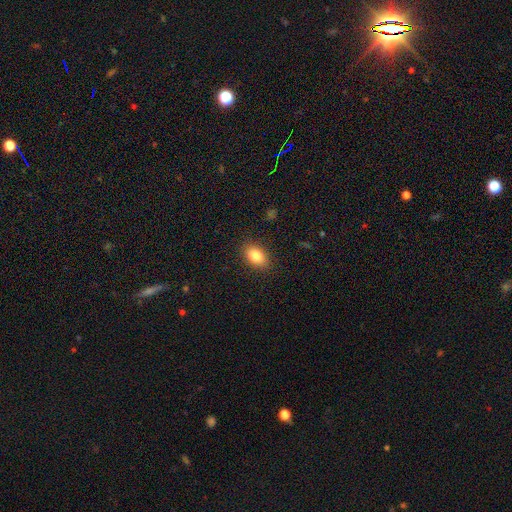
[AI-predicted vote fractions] A smooth galaxy with no disk features (85%) that is in between round and cigar-shaped (85%). Merging: none (87%).